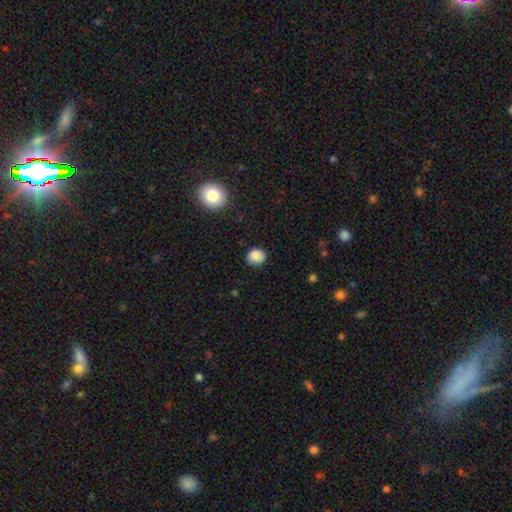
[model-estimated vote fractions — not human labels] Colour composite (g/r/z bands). It shows a smooth galaxy with no disk features (86%) that is round (75%). Merging: none (85%).